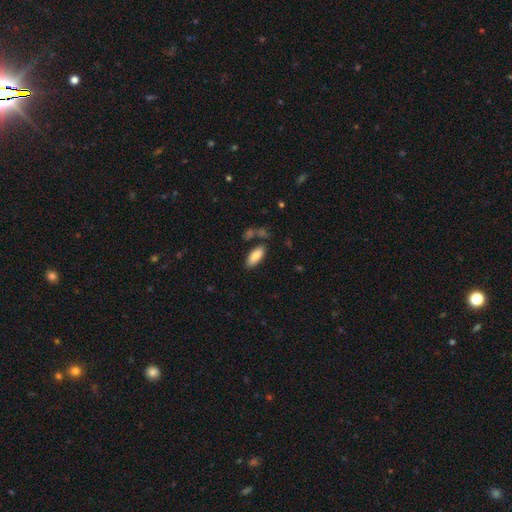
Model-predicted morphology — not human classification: Smooth or featured?
  - smooth: 85% *
  - featured or disk: 9%
  - star or artifact: 7%
How rounded?
  - in between: 85% *
  - cigar-shaped: 14%
  - round: 2%
Merging?
  - none: 77% *
  - minor disturbance: 12%
  - merger: 7%
  - major disturbance: 3%